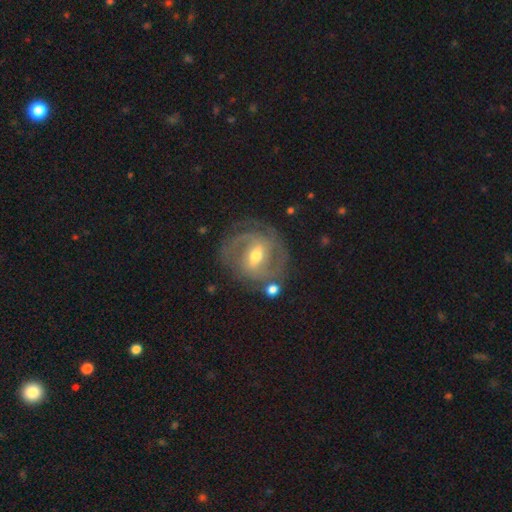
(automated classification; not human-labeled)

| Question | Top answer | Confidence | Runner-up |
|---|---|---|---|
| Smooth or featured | featured or disk | 79% | smooth (12%) |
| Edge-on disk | no | 96% | yes (4%) |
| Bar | weak | 48% | strong (31%) |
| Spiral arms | yes | 88% | no (12%) |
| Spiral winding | tight | 52% | medium (37%) |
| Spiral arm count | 2 | 57% | can't tell (21%) |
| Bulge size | moderate | 59% | small (36%) |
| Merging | none | 74% | minor disturbance (15%) |